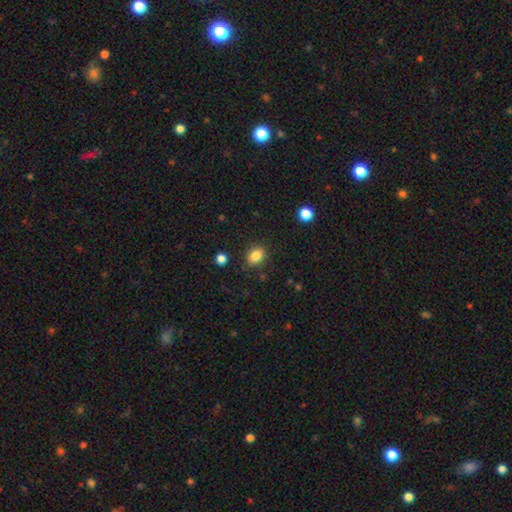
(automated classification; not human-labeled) This appears to be a smooth galaxy with no disk features (84%) that is in between round and cigar-shaped (63%). Merging: none (85%).